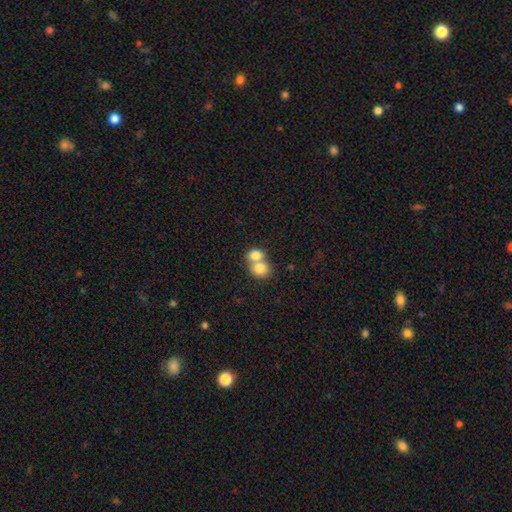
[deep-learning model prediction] The model was most divided on "how rounded": round: 63%, in between: 36%, cigar-shaped: 1%. More confident: smooth or featured — smooth (79%); merging — merger (70%).